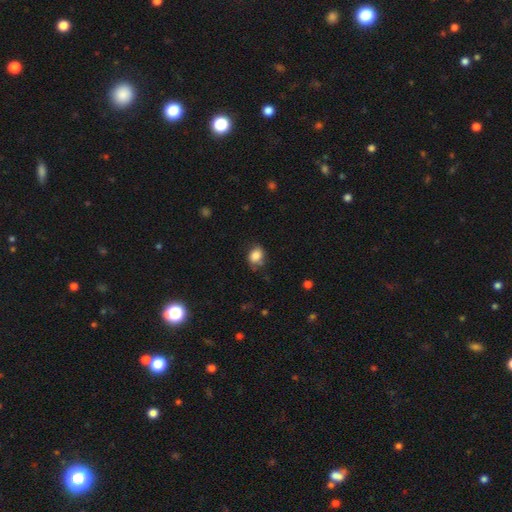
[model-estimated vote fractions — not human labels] smooth-or-featured: smooth: 83% | star or artifact: 9% | featured or disk: 8%
  how-rounded: in between: 58% | round: 41% | cigar-shaped: 1%
  merging: none: 66% | minor disturbance: 25% | major disturbance: 7% | merger: 3%